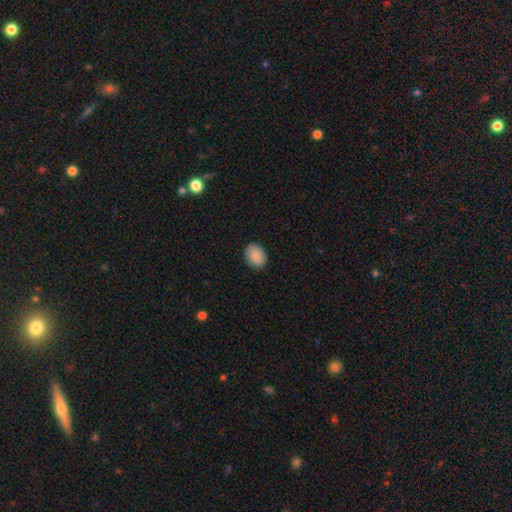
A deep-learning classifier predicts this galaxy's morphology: This is clearly a smooth galaxy (90%). How rounded: likely in between (70%). Merging: clearly none (87%).